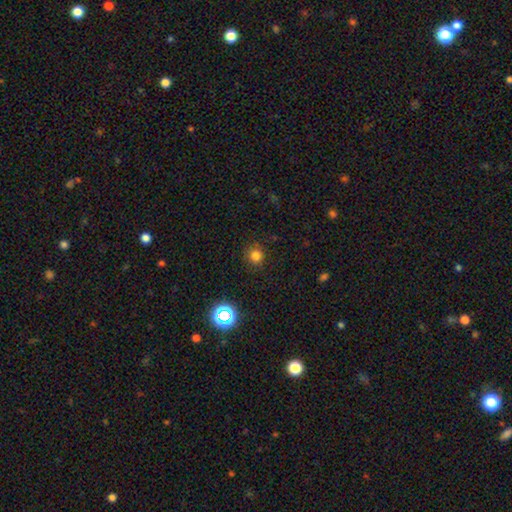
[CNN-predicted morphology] The model was most divided on "smooth or featured": smooth: 77%, star or artifact: 18%, featured or disk: 5%. More confident: how rounded — round (92%); merging — none (86%).